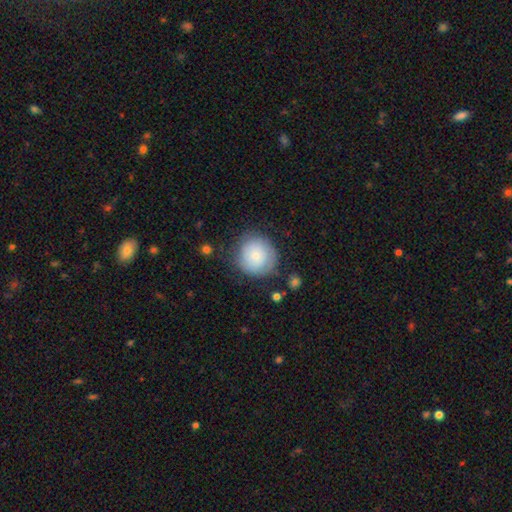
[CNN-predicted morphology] This appears to be a smooth galaxy with no disk features (78%) that is round (92%). Merging: none (73%).